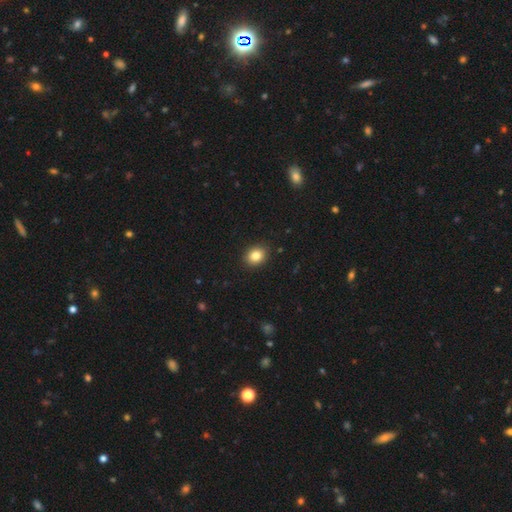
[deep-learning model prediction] Smooth or featured? Predicted: smooth (p=0.84). How rounded? Predicted: round (p=0.52). Merging? Predicted: none (p=0.90).